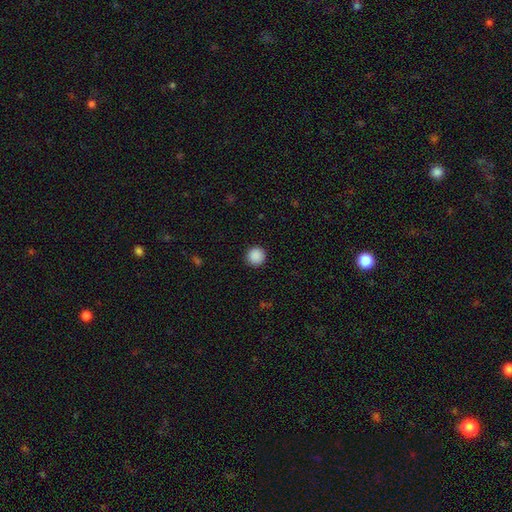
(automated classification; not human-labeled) The model was most divided on "smooth or featured": smooth: 89%, star or artifact: 9%, featured or disk: 2%. More confident: how rounded — round (95%); merging — none (92%).